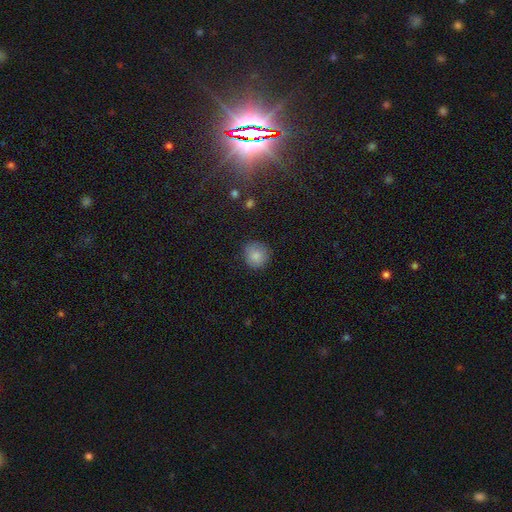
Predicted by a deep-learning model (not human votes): smooth-or-featured: smooth: 85% | star or artifact: 9% | featured or disk: 7%
  how-rounded: round: 91% | in between: 8% | cigar-shaped: 1%
  merging: none: 82% | minor disturbance: 13% | major disturbance: 3% | merger: 1%